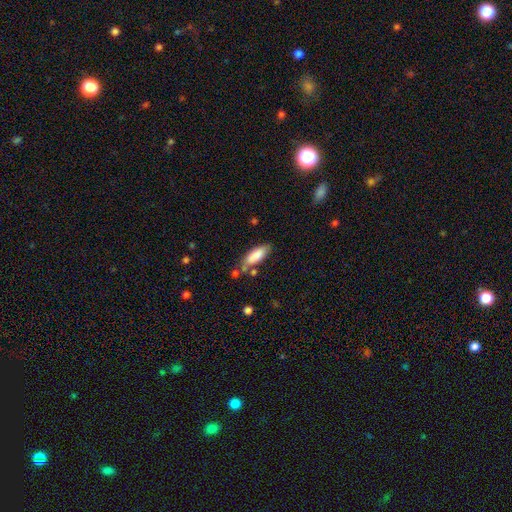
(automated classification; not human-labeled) Morphology: type=smooth (83%); roundness=in between (65%); merging=none (64%).